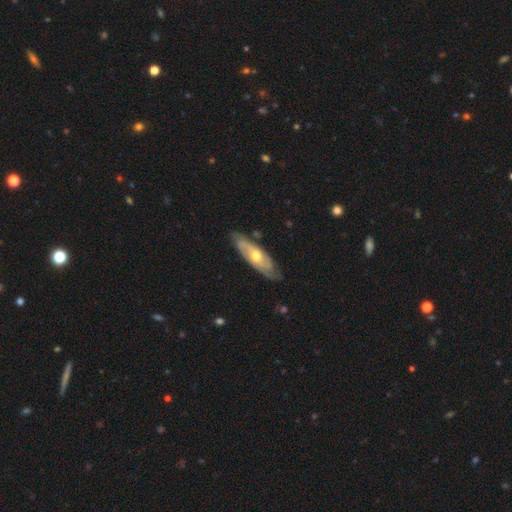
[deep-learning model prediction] Overall: featured or disk (70%). Edge-on disk: no (71%). Merging: none (79%).